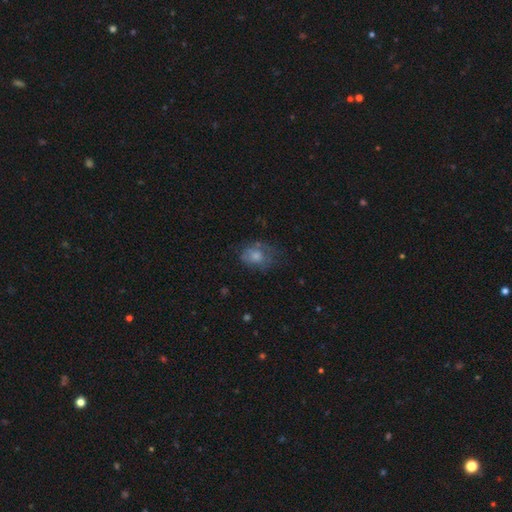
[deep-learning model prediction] Smooth or featured? smooth (59%)
How rounded? in between (57%)
Merging? none (44%)